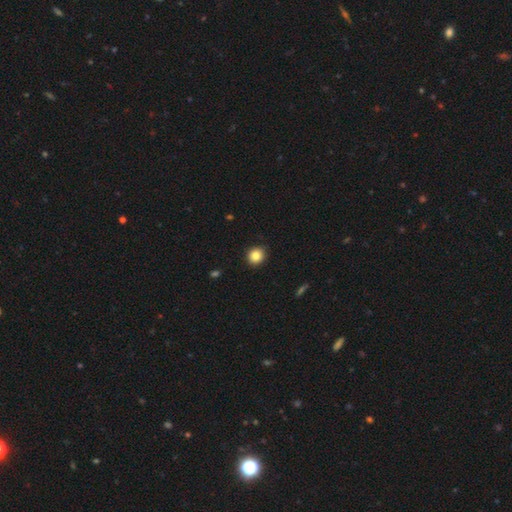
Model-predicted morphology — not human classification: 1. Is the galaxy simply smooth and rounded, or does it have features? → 84% smooth, 10% star or artifact, 6% featured or disk.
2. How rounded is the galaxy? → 86% round, 13% in between, 1% cigar-shaped.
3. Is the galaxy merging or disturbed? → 90% none, 8% minor disturbance, 2% major disturbance, 1% merger.